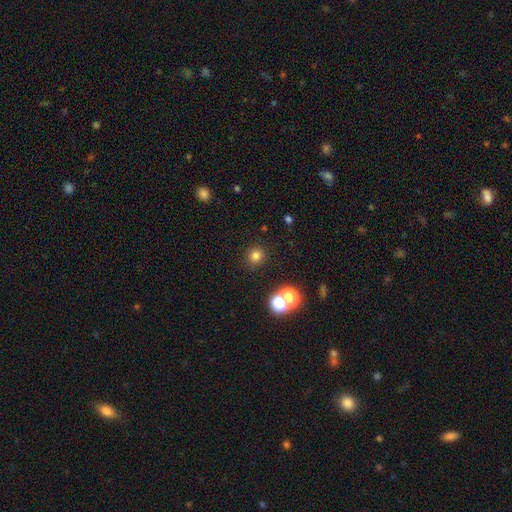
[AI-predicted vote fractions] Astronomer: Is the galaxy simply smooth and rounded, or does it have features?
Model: smooth — 76%.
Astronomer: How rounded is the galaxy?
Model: round — 91%.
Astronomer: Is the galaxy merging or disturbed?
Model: none — 86%.